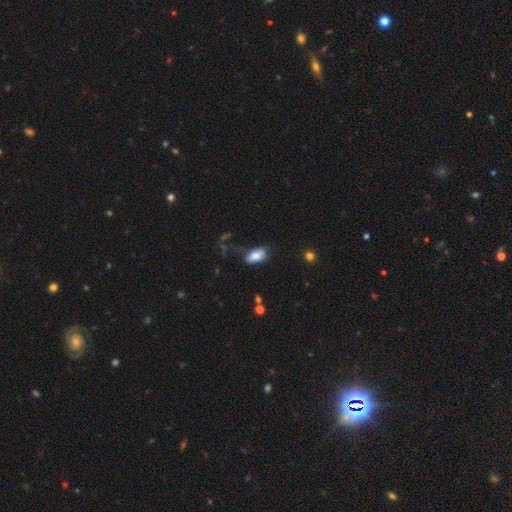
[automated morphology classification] A smooth galaxy with no disk features (83%) that is in between round and cigar-shaped (92%).

Vote fractions:
- Smooth or featured? smooth: 83% / featured or disk: 10% / star or artifact: 8%
- How rounded? in between: 92% / cigar-shaped: 4% / round: 4%
- Merging? none: 58% / minor disturbance: 28% / major disturbance: 11% / merger: 4%